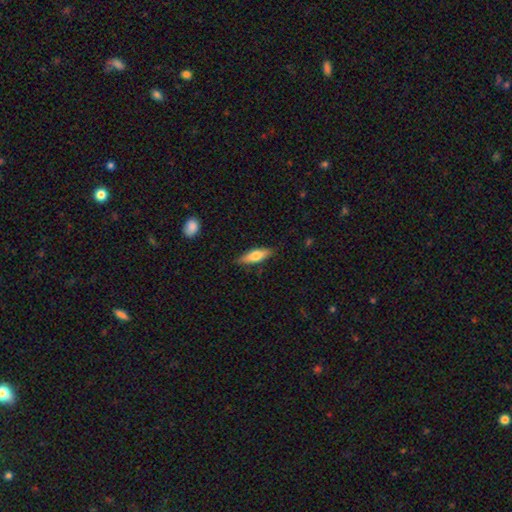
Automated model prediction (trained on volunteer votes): This is likely a smooth galaxy (65%). How rounded: possibly in between (49%). Merging: clearly none (83%).